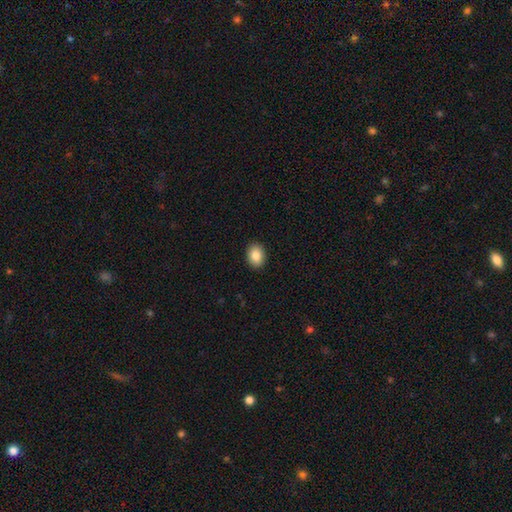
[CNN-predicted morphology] This appears to be a smooth galaxy with no disk features (85%) that is in between round and cigar-shaped (68%). Merging: none (91%).